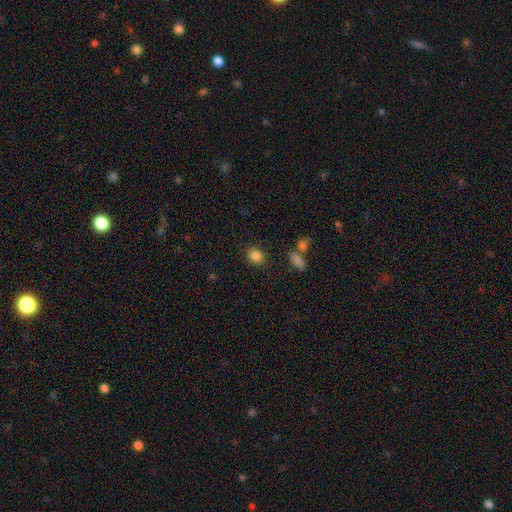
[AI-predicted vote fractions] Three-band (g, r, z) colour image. It shows a smooth galaxy with no disk features (85%) that is round (63%). Merging: none (85%).